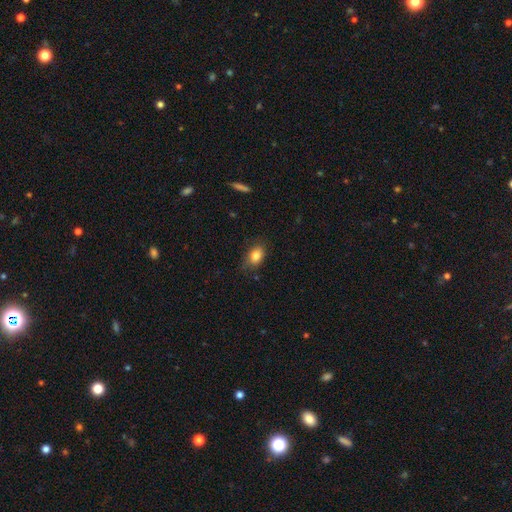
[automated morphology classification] type=smooth (84%); roundness=in between (81%); merging=none (73%).